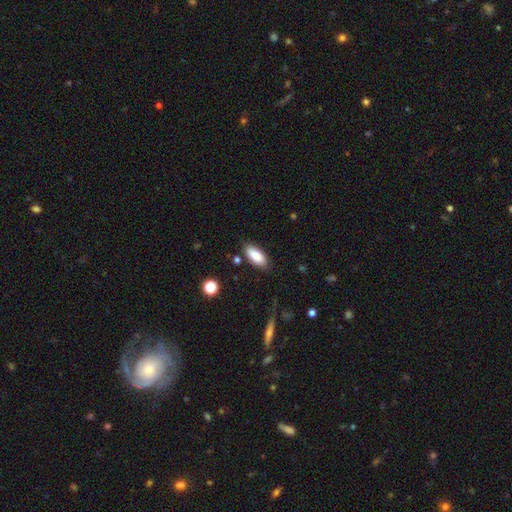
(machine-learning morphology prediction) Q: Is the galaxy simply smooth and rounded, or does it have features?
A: smooth — 87%.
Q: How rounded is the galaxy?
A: in between — 84%.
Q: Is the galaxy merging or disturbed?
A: none — 83%.